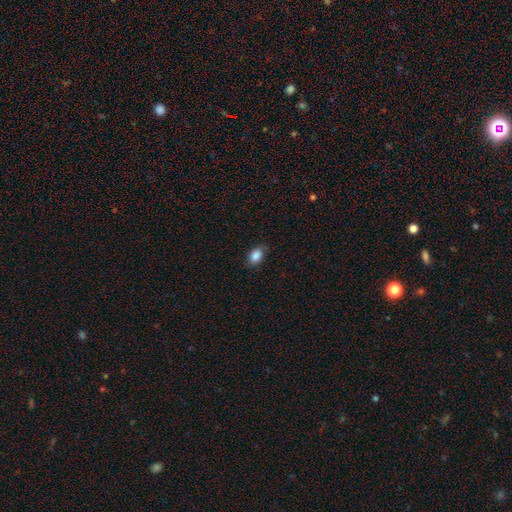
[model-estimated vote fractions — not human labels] The model was most divided on "how rounded": in between: 78%, round: 20%, cigar-shaped: 1%. More confident: smooth or featured — smooth (87%); merging — none (80%).